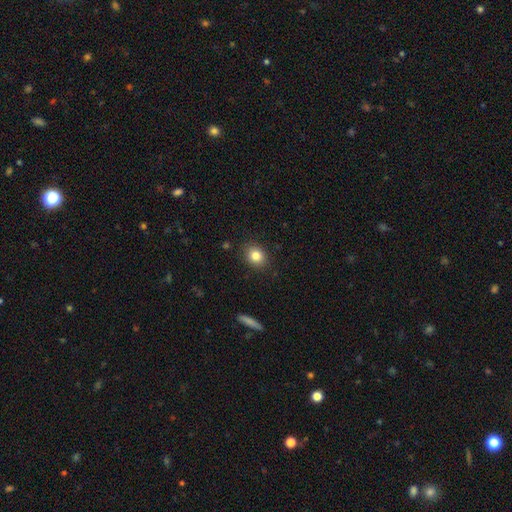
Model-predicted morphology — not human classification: A smooth galaxy with no disk features (82%) that is round (56%).

Vote fractions:
- Smooth or featured? smooth: 82% / star or artifact: 10% / featured or disk: 8%
- How rounded? round: 56% / in between: 43% / cigar-shaped: 1%
- Merging? none: 88% / minor disturbance: 8% / major disturbance: 2% / merger: 1%